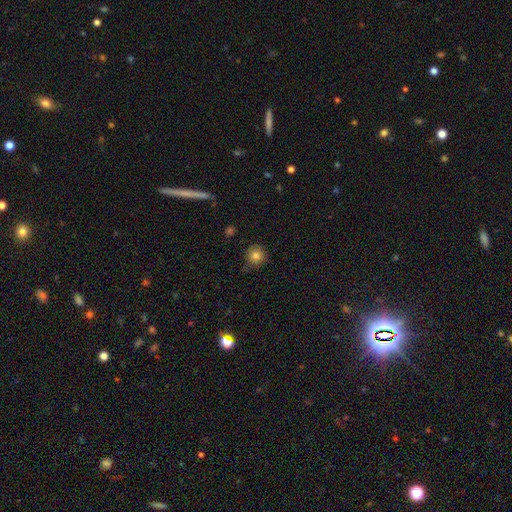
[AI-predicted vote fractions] This is clearly a smooth galaxy (82%). How rounded: clearly round (93%). Merging: clearly none (82%).